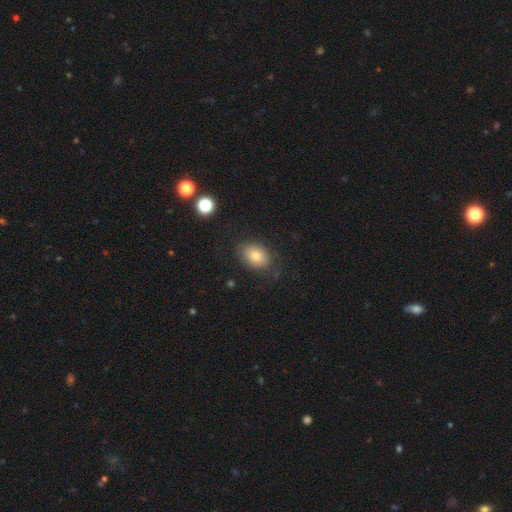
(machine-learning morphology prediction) smooth_or_featured: smooth (p=0.79) [alt: featured or disk p=0.11]
how_rounded: in between (p=0.74) [alt: round p=0.25]
merging: none (p=0.81) [alt: minor disturbance p=0.13]